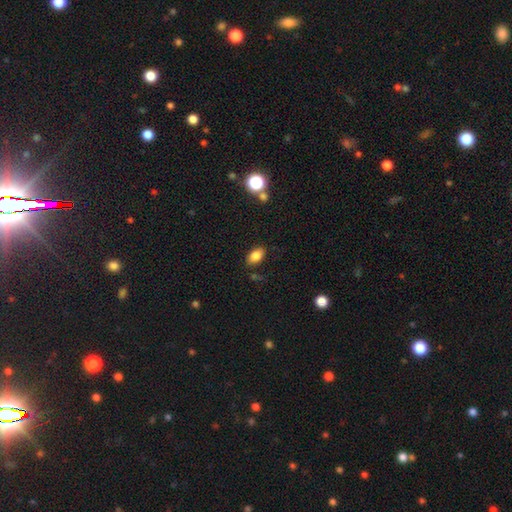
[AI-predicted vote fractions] Q: Smooth or featured?
A: smooth (82%); runner-up: star or artifact (10%)
Q: How rounded?
A: in between (90%); runner-up: round (7%)
Q: Merging?
A: none (83%); runner-up: minor disturbance (11%)